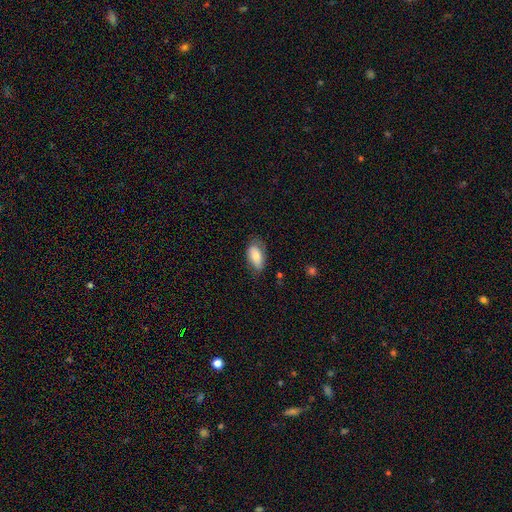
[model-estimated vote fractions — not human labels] Q: Smooth or featured?
A: smooth (75%); runner-up: featured or disk (18%)
Q: How rounded?
A: in between (91%); runner-up: cigar-shaped (5%)
Q: Merging?
A: none (70%); runner-up: minor disturbance (23%)